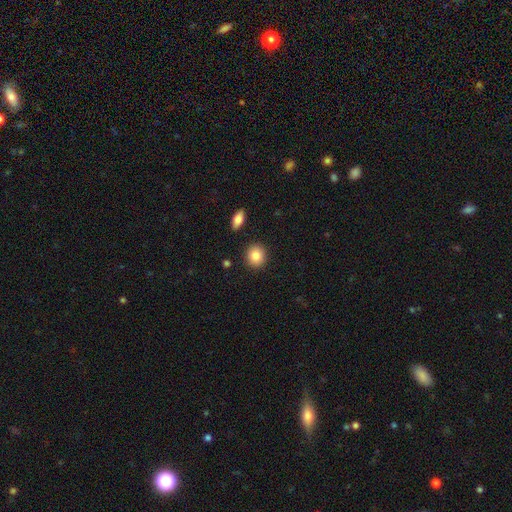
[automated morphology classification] Smooth or featured? Predicted: smooth (p=0.85). How rounded? Predicted: round (p=0.81). Merging? Predicted: none (p=0.89).